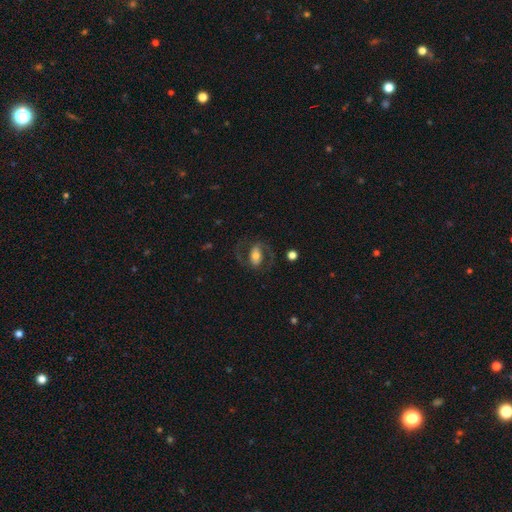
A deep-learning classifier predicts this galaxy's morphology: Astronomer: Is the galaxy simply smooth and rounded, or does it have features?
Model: featured or disk — 64%.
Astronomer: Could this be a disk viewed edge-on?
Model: no — 95%.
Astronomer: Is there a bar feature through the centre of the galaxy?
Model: strong — 34% (runner-up: no, 33%).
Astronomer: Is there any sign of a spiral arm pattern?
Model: yes — 80%.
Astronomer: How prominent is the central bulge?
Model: moderate — 55%.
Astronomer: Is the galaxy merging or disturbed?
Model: none — 68%.